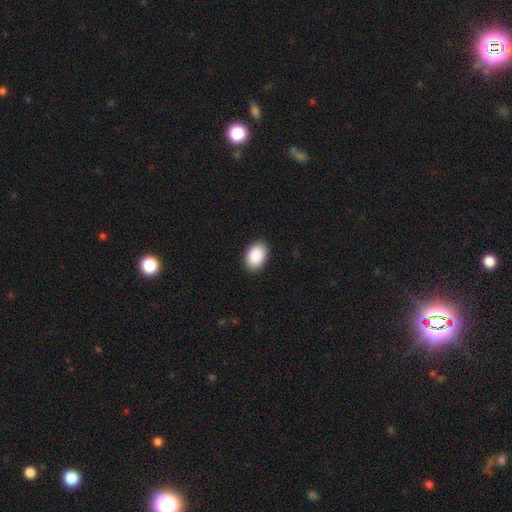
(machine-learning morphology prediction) Smooth or featured: smooth — 91% (star or artifact — 6%)
How rounded: in between — 86% (round — 13%)
Merging: none — 90% (minor disturbance — 7%)